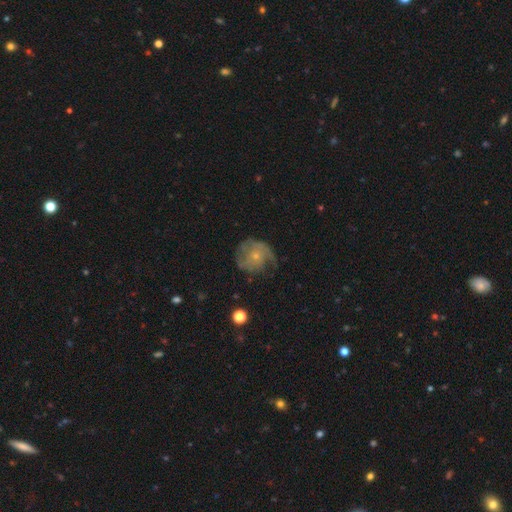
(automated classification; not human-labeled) This is likely a featured or disk galaxy (60%). It is clearly not viewed edge-on (98%). Bar: clearly no (82%). Spiral arm pattern: likely yes (77%). Central bulge: likely small (74%). Merging: possibly none (50%).